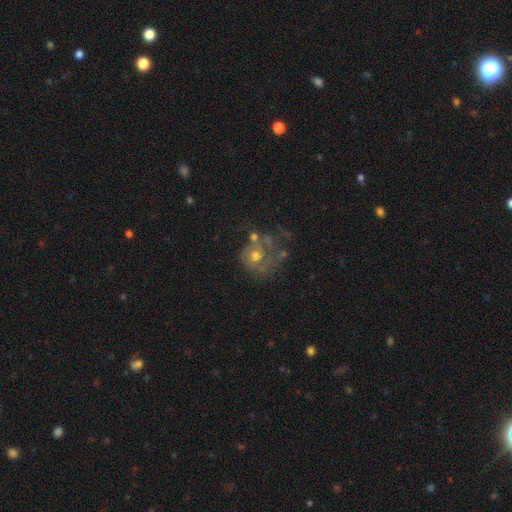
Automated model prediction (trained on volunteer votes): smooth_or_featured: featured or disk (p=0.63) [alt: smooth p=0.27]
disk_edge_on: no (p=0.98) [alt: yes p=0.02]
bar: no (p=0.85) [alt: weak p=0.13]
has_spiral_arms: yes (p=0.57) [alt: no p=0.43]
bulge_size: moderate (p=0.68) [alt: small p=0.20]
merging: none (p=0.34) [alt: major disturbance p=0.33]